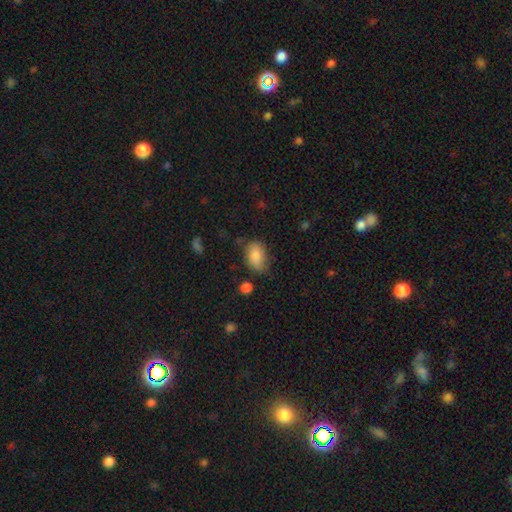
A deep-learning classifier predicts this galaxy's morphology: smooth-or-featured: smooth: 84% | featured or disk: 9% | star or artifact: 7%
  how-rounded: in between: 89% | round: 10% | cigar-shaped: 2%
  merging: none: 63% | minor disturbance: 27% | major disturbance: 7% | merger: 3%